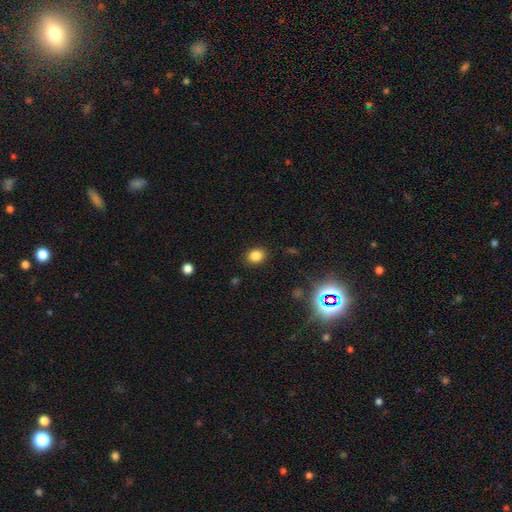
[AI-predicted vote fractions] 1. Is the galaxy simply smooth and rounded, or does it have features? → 83% smooth, 12% star or artifact, 5% featured or disk.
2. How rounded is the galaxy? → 53% round, 46% in between, 1% cigar-shaped.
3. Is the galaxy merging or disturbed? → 88% none, 8% minor disturbance, 3% major disturbance, 1% merger.